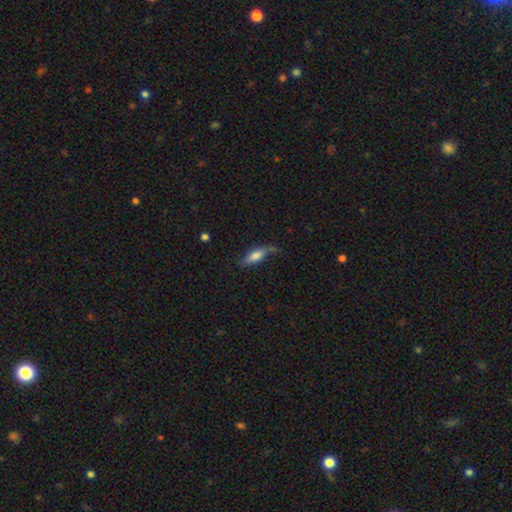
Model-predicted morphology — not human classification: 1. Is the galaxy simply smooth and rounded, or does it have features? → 65% smooth, 28% featured or disk, 7% star or artifact.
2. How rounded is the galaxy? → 58% in between, 39% cigar-shaped, 3% round.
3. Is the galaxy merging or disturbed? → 51% none, 31% minor disturbance, 13% major disturbance, 4% merger.